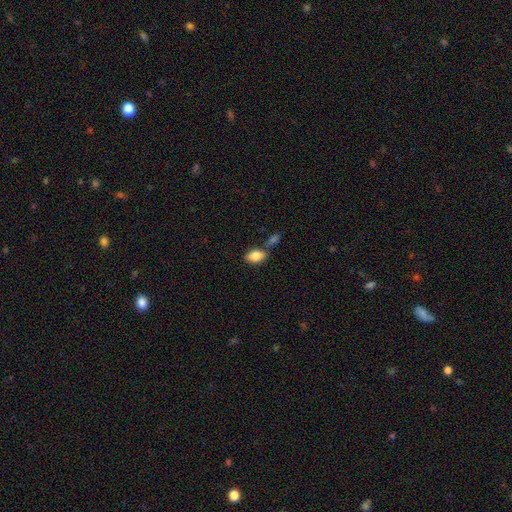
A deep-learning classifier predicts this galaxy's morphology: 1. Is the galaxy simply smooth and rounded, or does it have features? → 82% smooth, 10% featured or disk, 7% star or artifact.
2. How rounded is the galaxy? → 90% in between, 7% round, 3% cigar-shaped.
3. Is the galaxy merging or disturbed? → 53% none, 27% merger, 15% minor disturbance, 5% major disturbance.